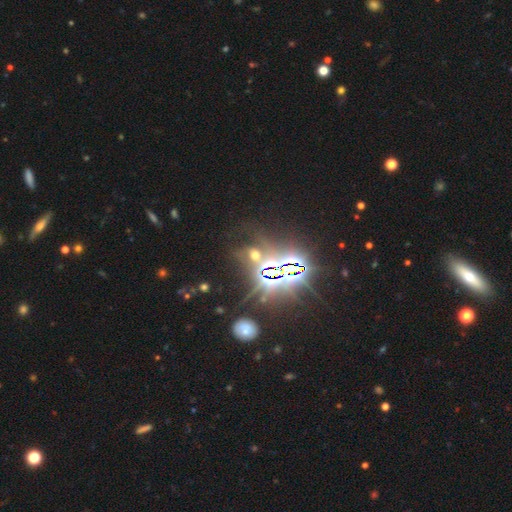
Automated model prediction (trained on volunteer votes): This appears to be a star or artifact, not a galaxy (64%).